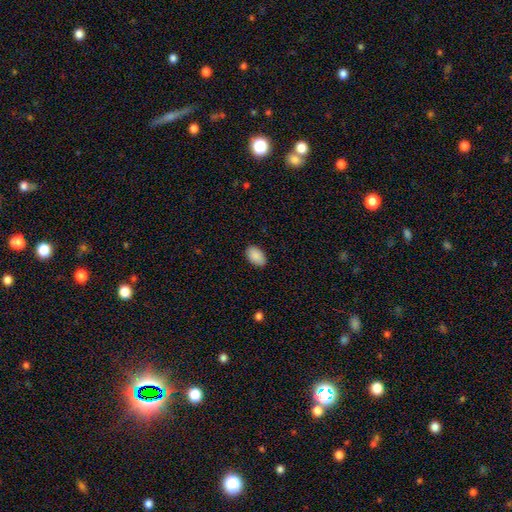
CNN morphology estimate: A smooth galaxy with no disk features (90%) that is in between round and cigar-shaped (92%).

Vote fractions:
- Smooth or featured? smooth: 90% / star or artifact: 6% / featured or disk: 4%
- How rounded? in between: 92% / round: 7% / cigar-shaped: 1%
- Merging? none: 88% / minor disturbance: 9% / major disturbance: 2% / merger: 1%